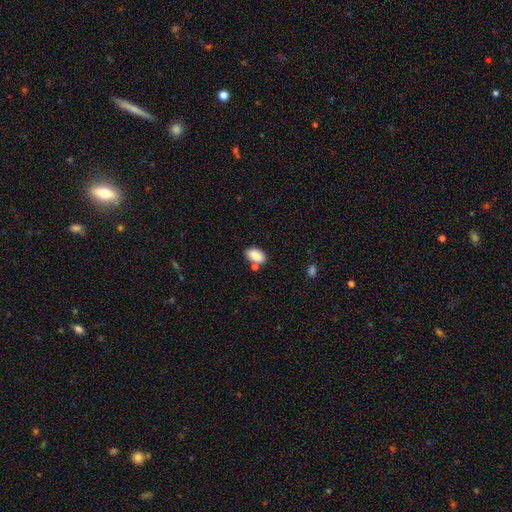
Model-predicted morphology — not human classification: Smooth or featured? Predicted: smooth (p=0.87). How rounded? Predicted: in between (p=0.92). Merging? Predicted: none (p=0.70).